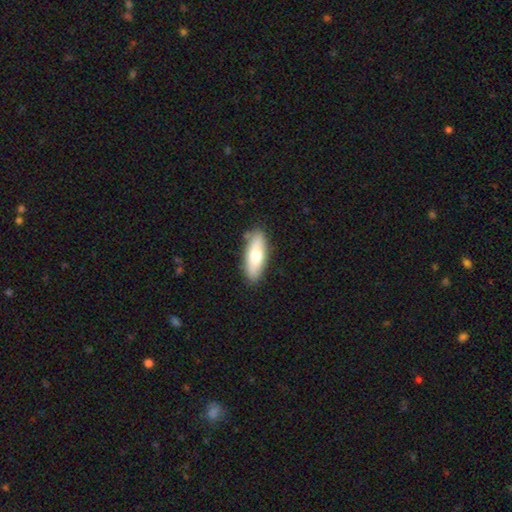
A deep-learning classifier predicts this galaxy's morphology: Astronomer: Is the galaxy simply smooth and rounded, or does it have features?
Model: smooth — 70%.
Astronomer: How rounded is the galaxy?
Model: in between — 64%.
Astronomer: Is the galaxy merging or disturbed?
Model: none — 84%.